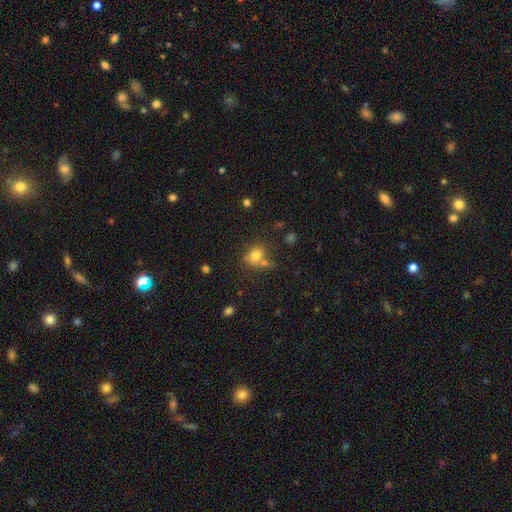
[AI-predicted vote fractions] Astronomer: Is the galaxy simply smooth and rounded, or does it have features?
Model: smooth — 76%.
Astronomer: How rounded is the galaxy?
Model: round — 70%.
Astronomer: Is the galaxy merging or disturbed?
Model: none — 55%.